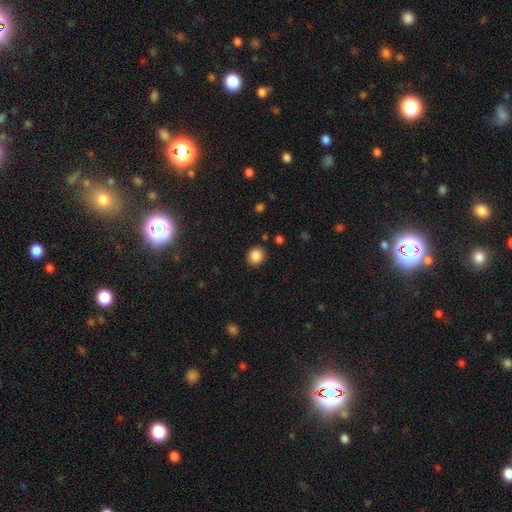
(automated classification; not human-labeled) Morphology: type=smooth (86%); roundness=round (78%); merging=none (88%).